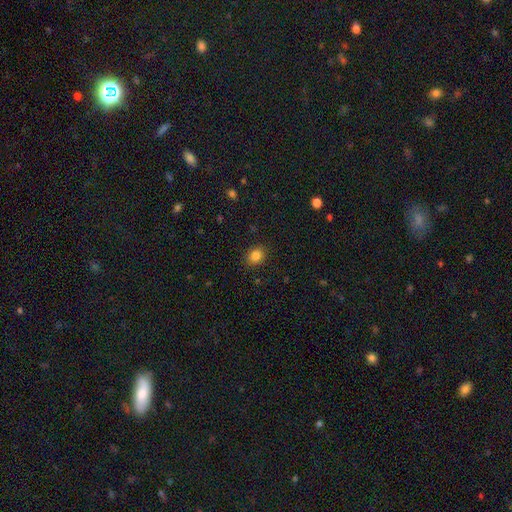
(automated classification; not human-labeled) This is clearly a smooth galaxy (85%). How rounded: possibly round (60%). Merging: clearly none (89%).